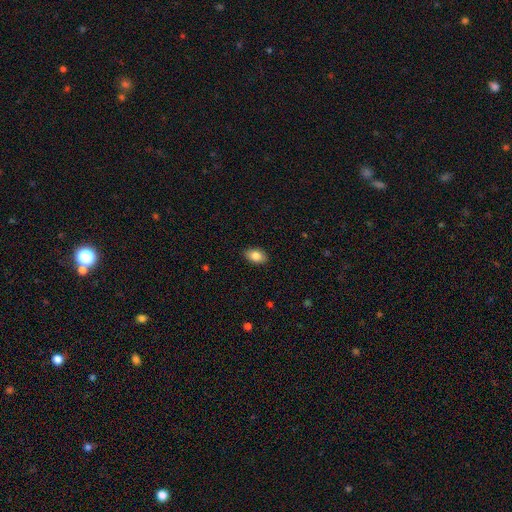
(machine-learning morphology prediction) This is clearly a smooth galaxy (83%). How rounded: clearly in between (89%). Merging: clearly none (88%).